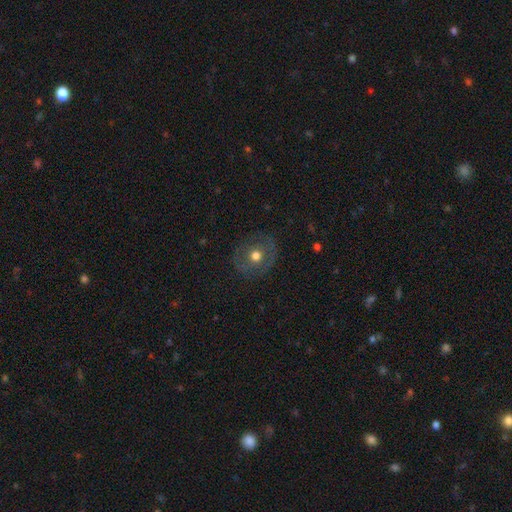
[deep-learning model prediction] smooth 51%, featured or disk 38%, star or artifact 11%. Down the decision tree: how rounded — round (79%); merging — none (79%).